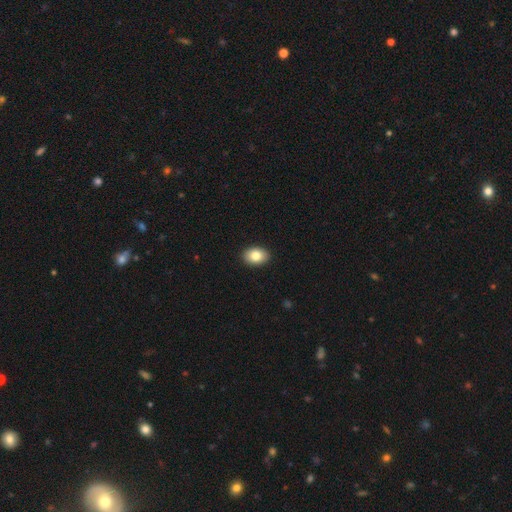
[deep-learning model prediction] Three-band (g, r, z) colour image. It shows a smooth galaxy with no disk features (84%) that is in between round and cigar-shaped (80%). Merging: none (91%).